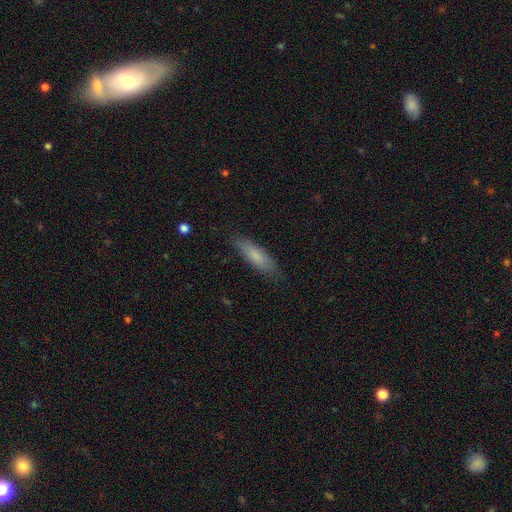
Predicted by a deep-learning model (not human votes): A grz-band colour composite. It shows a smooth galaxy with no disk features (80%) that is cigar-shaped (57%). Merging: none (82%).